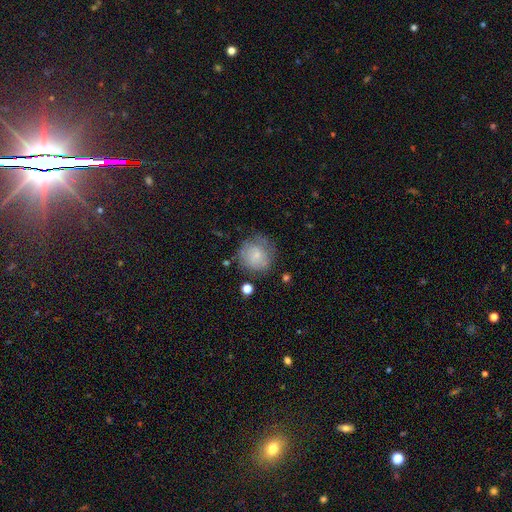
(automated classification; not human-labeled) smooth-or-featured: smooth: 69% | featured or disk: 23% | star or artifact: 8%
  how-rounded: round: 91% | in between: 8% | cigar-shaped: 1%
  merging: none: 65% | minor disturbance: 23% | major disturbance: 10% | merger: 3%